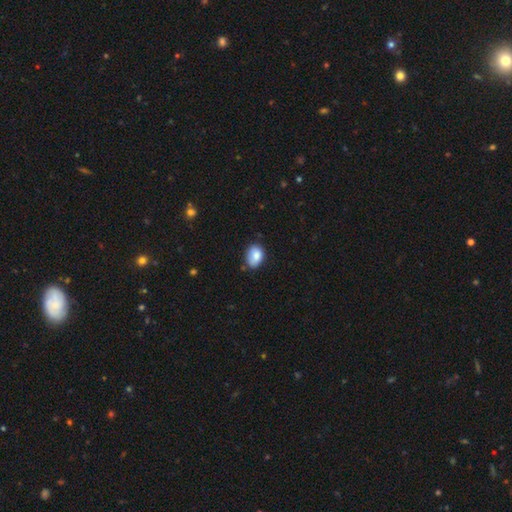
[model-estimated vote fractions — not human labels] Overall: smooth (83%). How rounded: in between (77%). Merging: none (63%; minor disturbance 28%).